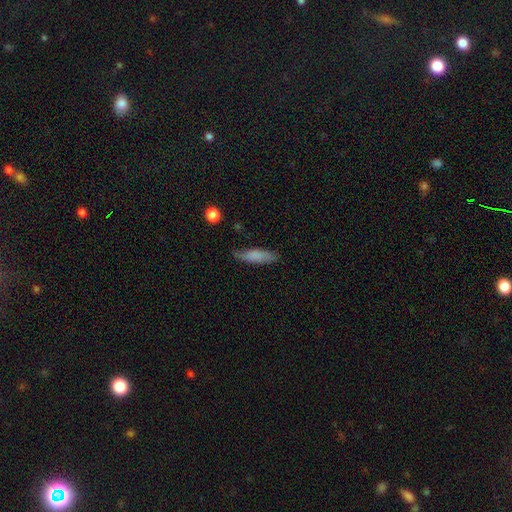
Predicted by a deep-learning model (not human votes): Morphology: type=smooth (78%); roundness=cigar-shaped (64%); merging=none (76%).